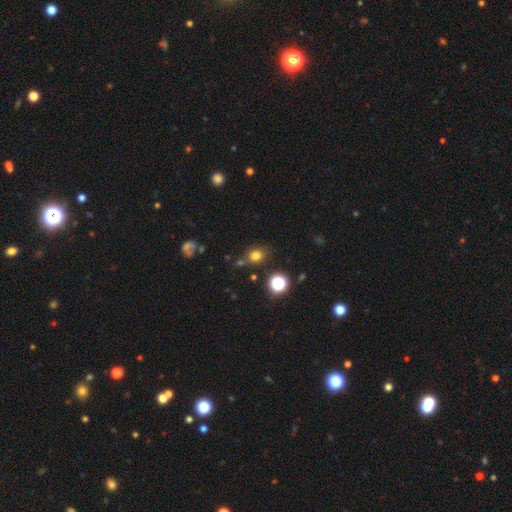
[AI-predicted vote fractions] Overall: smooth (76%). How rounded: round (67%; in between 32%). Merging: none (76%).